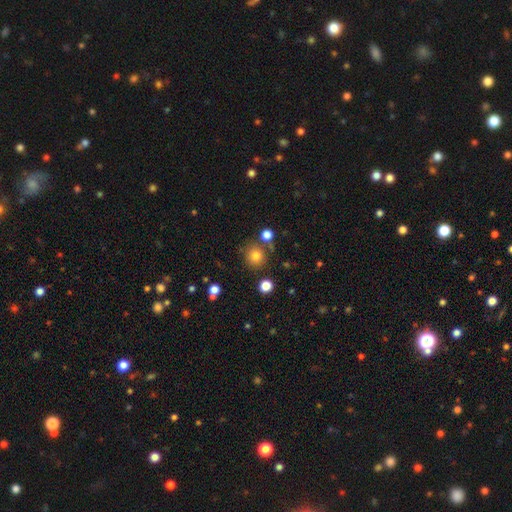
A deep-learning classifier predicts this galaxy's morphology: type=smooth (80%); roundness=round (91%); merging=none (79%).